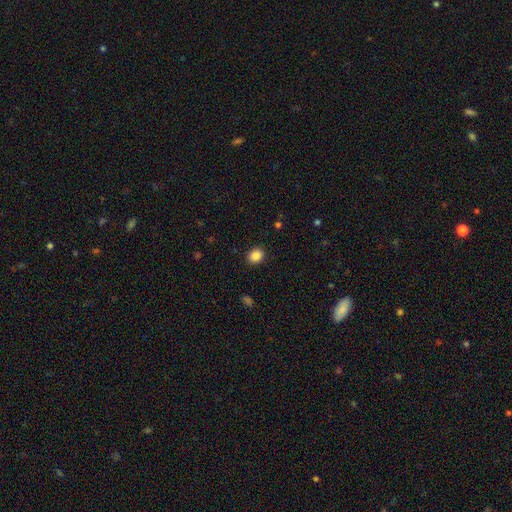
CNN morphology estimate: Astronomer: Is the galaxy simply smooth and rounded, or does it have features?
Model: smooth — 87%.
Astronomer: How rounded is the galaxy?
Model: round — 55% (runner-up: in between, 44%).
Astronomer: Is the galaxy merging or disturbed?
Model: none — 90%.